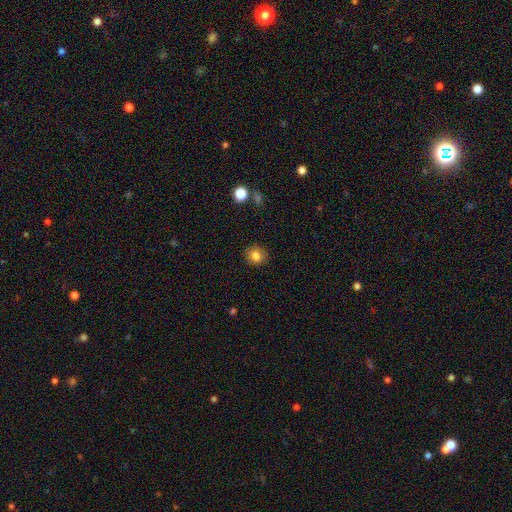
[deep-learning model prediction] A smooth galaxy with no disk features (82%) that is round (81%).

Vote fractions:
- Smooth or featured? smooth: 82% / star or artifact: 10% / featured or disk: 7%
- How rounded? round: 81% / in between: 18% / cigar-shaped: 1%
- Merging? none: 89% / minor disturbance: 8% / major disturbance: 2% / merger: 1%